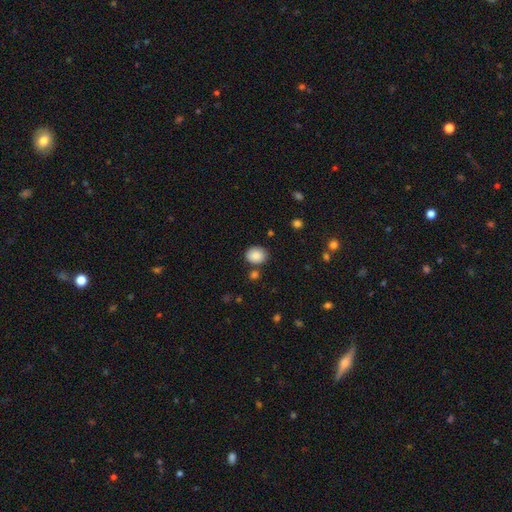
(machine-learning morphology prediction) smooth 87%, star or artifact 8%, featured or disk 5%. Down the decision tree: how rounded — round (59%); merging — none (79%).